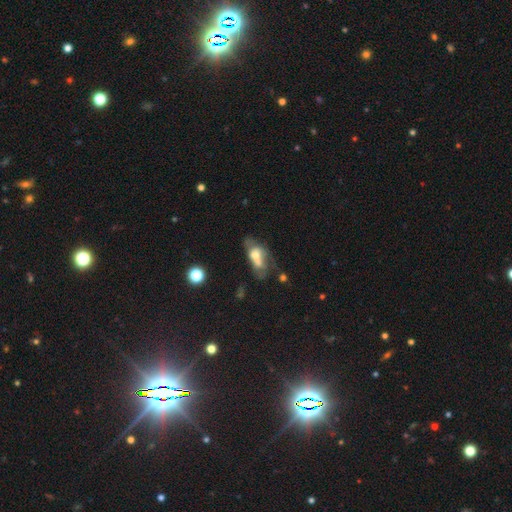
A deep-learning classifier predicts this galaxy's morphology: A smooth galaxy with no disk features (46%).

Vote fractions:
- Smooth or featured? smooth: 46% / featured or disk: 42% / star or artifact: 12%
- Merging? major disturbance: 30% / merger: 28% / none: 24% / minor disturbance: 18%